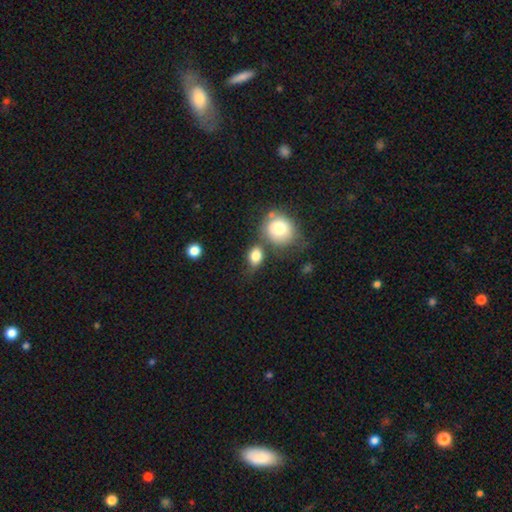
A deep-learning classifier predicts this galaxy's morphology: Smooth or featured: smooth — 81% (featured or disk — 10%)
How rounded: in between — 60% (round — 38%)
Merging: none — 45% (merger — 24%)